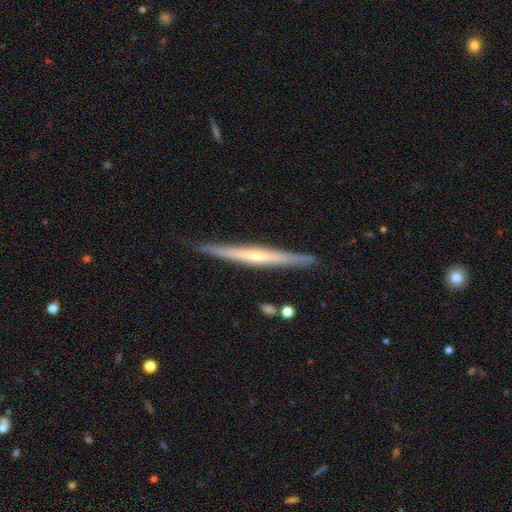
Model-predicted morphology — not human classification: The model was most divided on "edge-on bulge": none: 54%, rounded: 38%, boxy: 8%. More confident: edge-on disk — yes (97%); merging — none (88%); smooth or featured — featured or disk (65%).